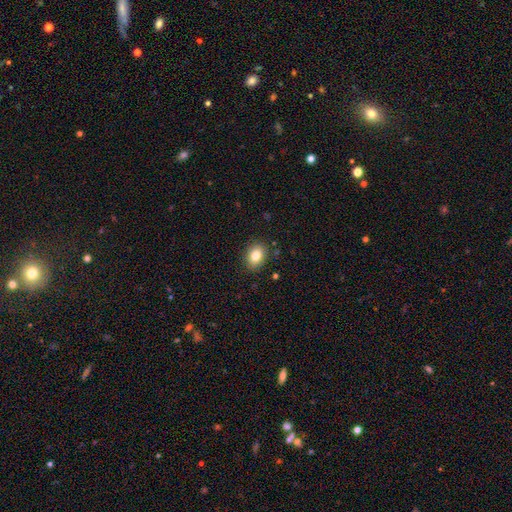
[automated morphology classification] Overall: smooth (82%). How rounded: in between (71%). Merging: none (87%).